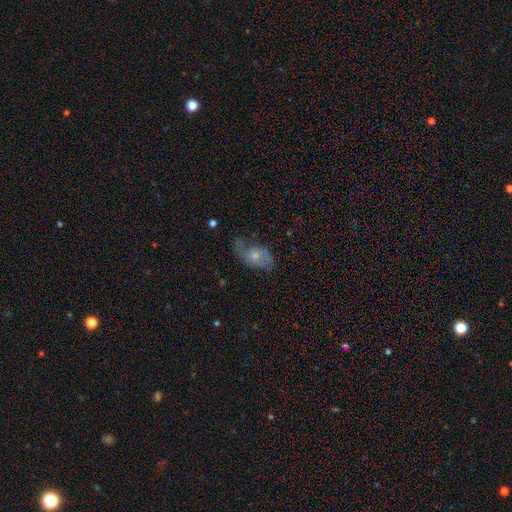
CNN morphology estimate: Q: Smooth or featured?
A: featured or disk (55%); runner-up: smooth (36%)
Q: Edge-on disk?
A: no (94%); runner-up: yes (6%)
Q: Bar?
A: no (74%); runner-up: weak (23%)
Q: Spiral arms?
A: yes (73%); runner-up: no (27%)
Q: Bulge size?
A: small (50%); runner-up: moderate (41%)
Q: Merging?
A: none (44%); runner-up: minor disturbance (29%)